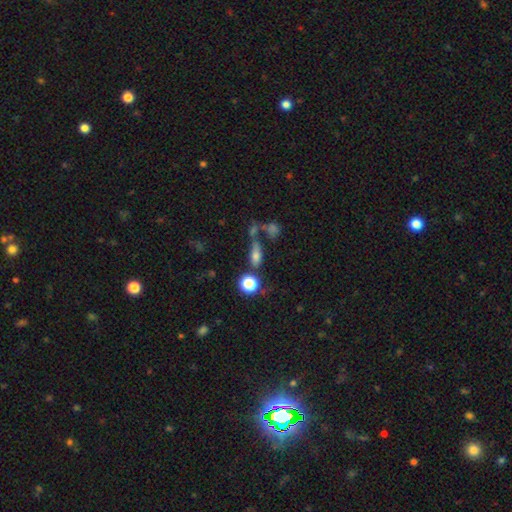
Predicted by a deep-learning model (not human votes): Smooth or featured: smooth — 68% (star or artifact — 17%)
How rounded: in between — 62% (round — 19%)
Merging: none — 51% (merger — 24%)